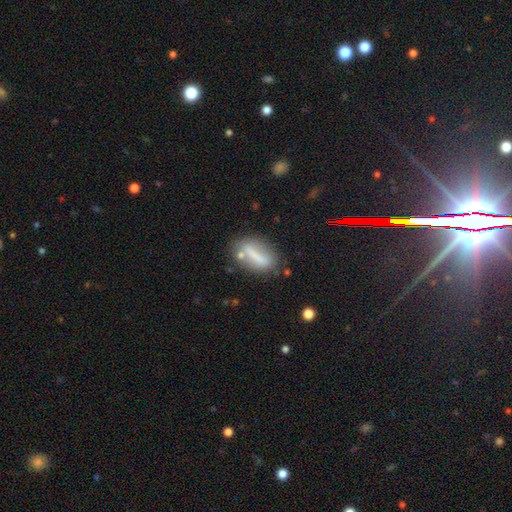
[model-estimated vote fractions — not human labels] Morphology: type=smooth (60%); roundness=in between (55%); merging=none (62%).